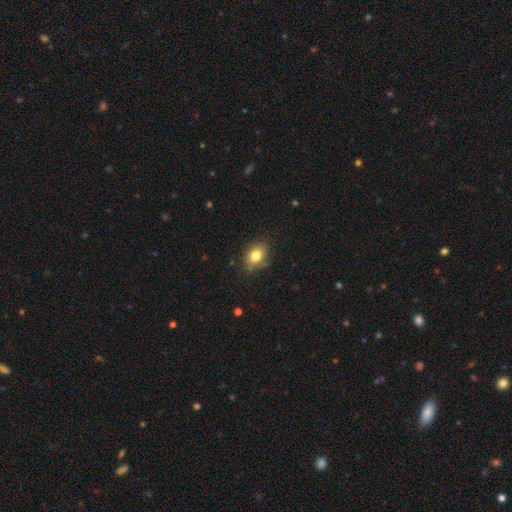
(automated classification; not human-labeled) A smooth galaxy with no disk features (79%) that is in between round and cigar-shaped (76%).

Vote fractions:
- Smooth or featured? smooth: 79% / featured or disk: 11% / star or artifact: 10%
- How rounded? in between: 76% / round: 22% / cigar-shaped: 2%
- Merging? none: 76% / minor disturbance: 19% / major disturbance: 4% / merger: 2%